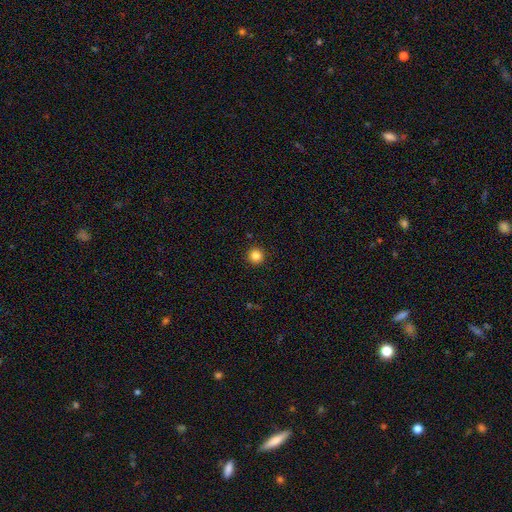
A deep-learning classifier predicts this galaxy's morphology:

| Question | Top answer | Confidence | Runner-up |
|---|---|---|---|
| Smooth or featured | smooth | 84% | star or artifact (11%) |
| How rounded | round | 96% | in between (3%) |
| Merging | none | 93% | minor disturbance (5%) |